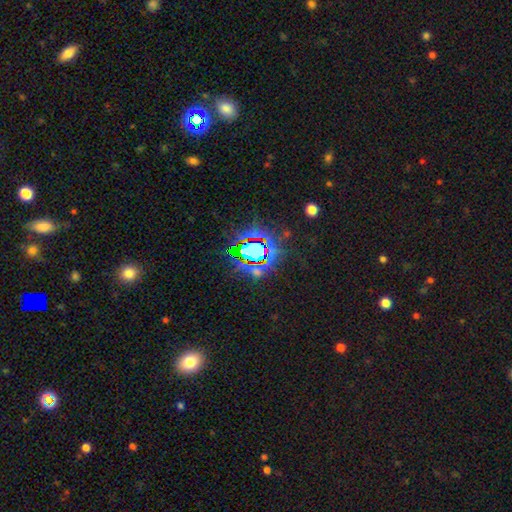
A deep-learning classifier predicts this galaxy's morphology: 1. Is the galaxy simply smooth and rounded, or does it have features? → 79% star or artifact, 13% smooth, 8% featured or disk.